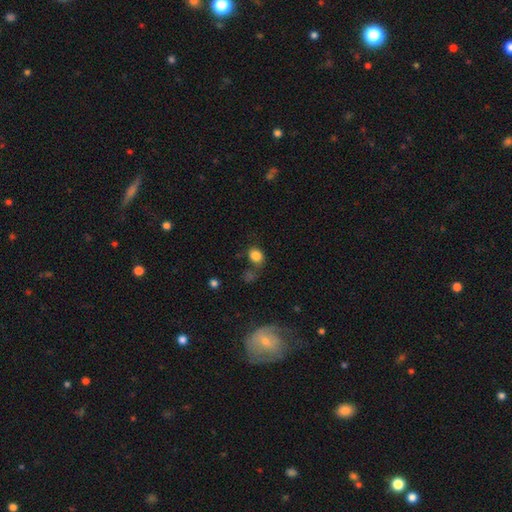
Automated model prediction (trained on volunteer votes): A smooth galaxy with no disk features (83%) that is round (58%).

Vote fractions:
- Smooth or featured? smooth: 83% / star or artifact: 11% / featured or disk: 6%
- How rounded? round: 58% / in between: 41% / cigar-shaped: 1%
- Merging? none: 63% / minor disturbance: 18% / merger: 11% / major disturbance: 8%